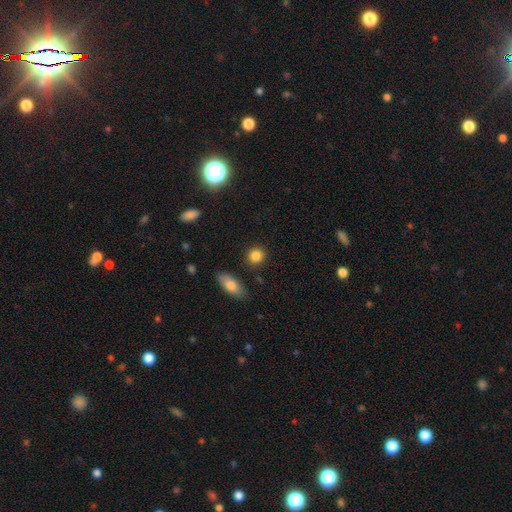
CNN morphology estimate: type=smooth (86%); roundness=round (85%); merging=none (88%).